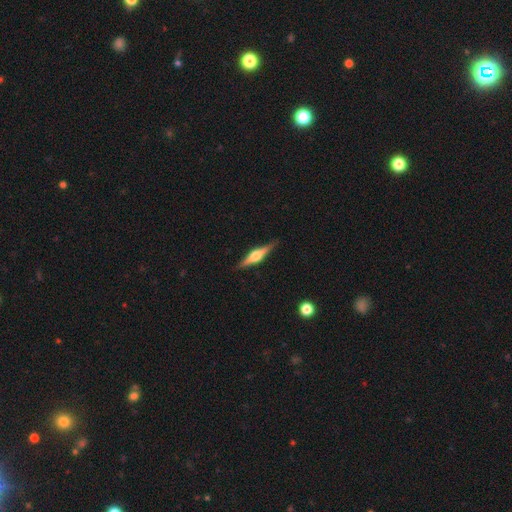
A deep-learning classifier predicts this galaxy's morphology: Q: Smooth or featured?
A: featured or disk (74%); runner-up: smooth (20%)
Q: Edge-on disk?
A: yes (98%); runner-up: no (2%)
Q: Edge-on bulge?
A: rounded (90%); runner-up: boxy (8%)
Q: Merging?
A: none (89%); runner-up: minor disturbance (8%)